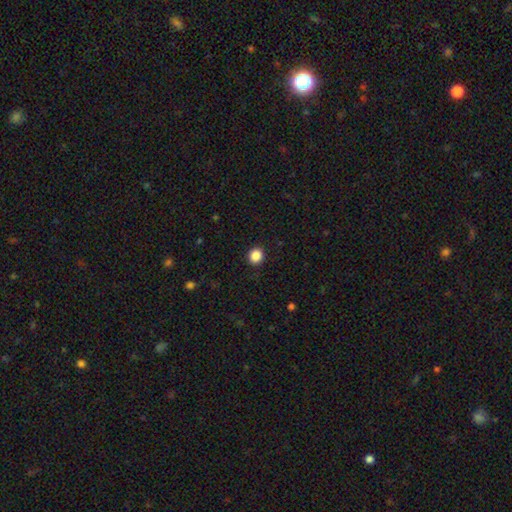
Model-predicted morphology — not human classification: Smooth or featured? Predicted: smooth (p=0.87). How rounded? Predicted: round (p=0.85). Merging? Predicted: none (p=0.92).